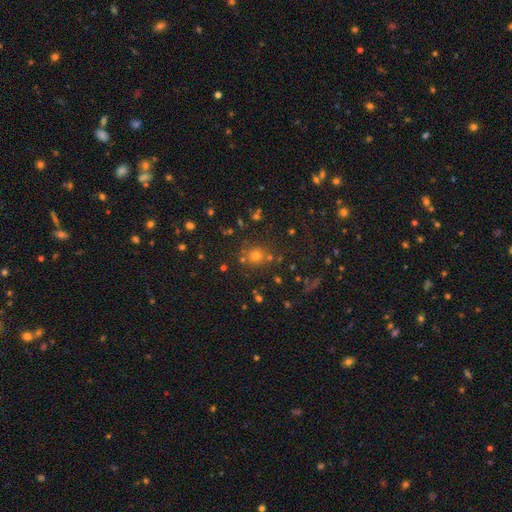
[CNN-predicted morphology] Smooth or featured: smooth — 59% (star or artifact — 32%)
How rounded: round — 85% (in between — 14%)
Merging: none — 78% (minor disturbance — 10%)